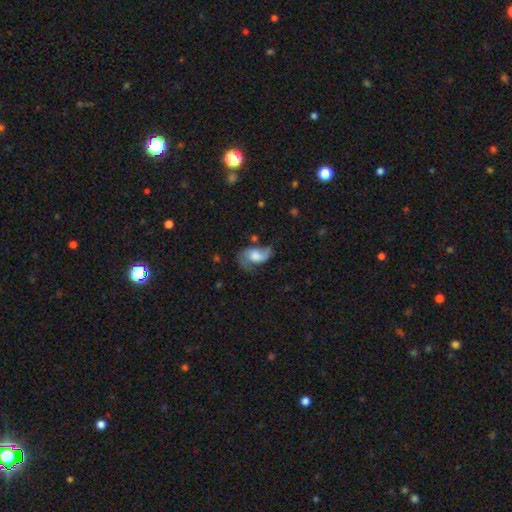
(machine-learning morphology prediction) type=featured or disk (64%); edge-on=no (97%); bar=no (59%); spiral arms=yes (88%); winding=loose (57%); arm count=2 (78%); bulge=large (39%); merging=none (44%).